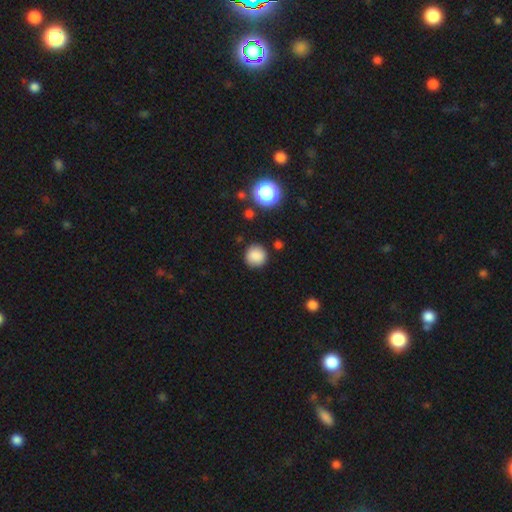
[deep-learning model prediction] This appears to be a smooth galaxy with no disk features (85%) that is round (93%). Merging: none (87%).